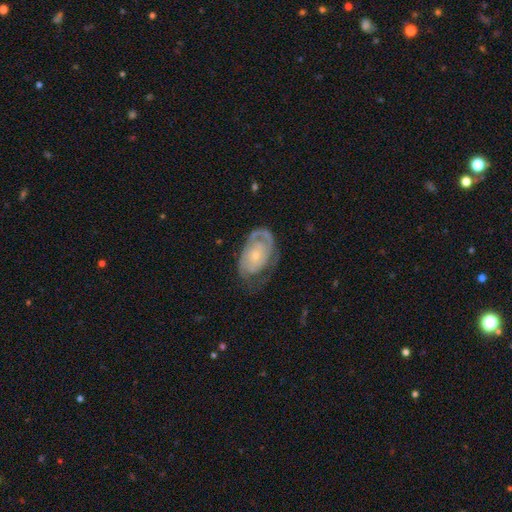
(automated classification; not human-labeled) Overall: featured or disk (73%). Edge-on disk: no (96%). Bar: no (79%). Spiral arms: yes (81%). Spiral arm count: 2 (37%; can't tell 29%). Spiral winding: tight (59%; medium 28%). Bulge size: small (70%). Merging: none (50%; minor disturbance 25%).